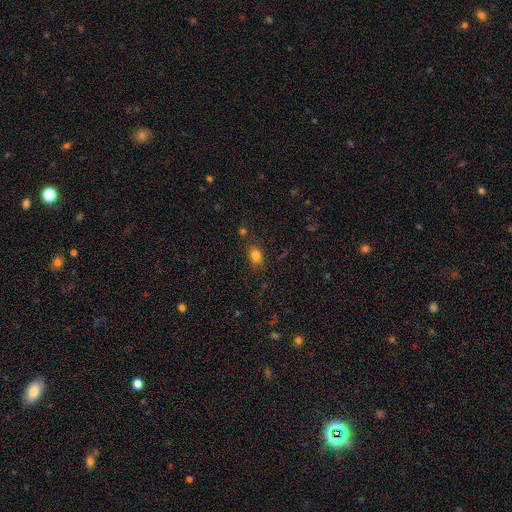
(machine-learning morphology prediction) A smooth galaxy with no disk features (81%) that is in between round and cigar-shaped (58%). Merging: none (80%).